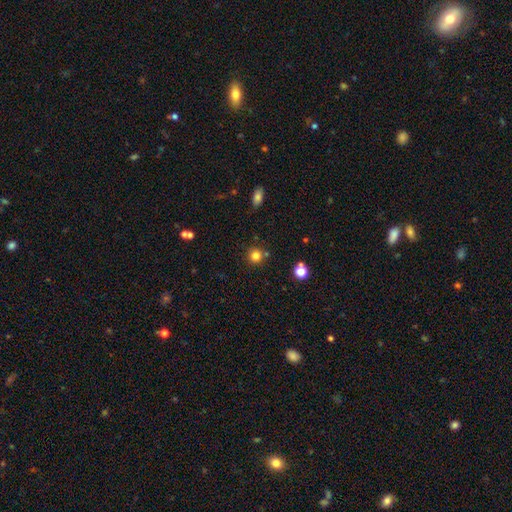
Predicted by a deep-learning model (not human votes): This appears to be a smooth galaxy with no disk features (81%) that is round (92%). Merging: none (80%).